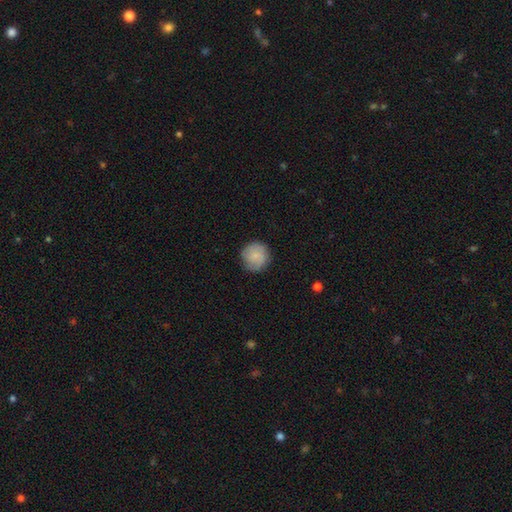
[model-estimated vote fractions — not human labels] smooth_or_featured: smooth (p=0.77) [alt: featured or disk p=0.16]
how_rounded: round (p=0.94) [alt: in between p=0.05]
merging: none (p=0.84) [alt: minor disturbance p=0.12]